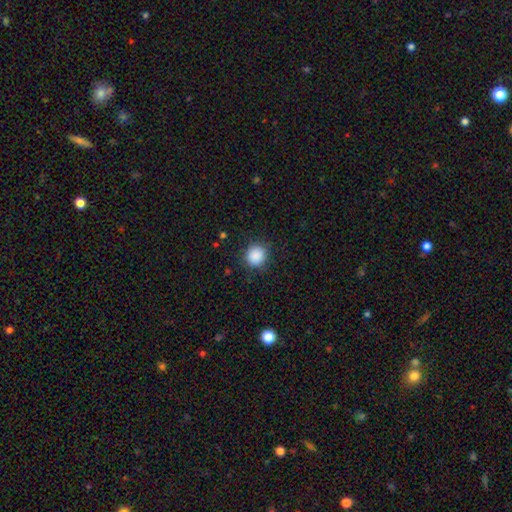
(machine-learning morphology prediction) Q: Smooth or featured?
A: smooth (88%); runner-up: star or artifact (9%)
Q: How rounded?
A: round (91%); runner-up: in between (8%)
Q: Merging?
A: none (88%); runner-up: minor disturbance (8%)